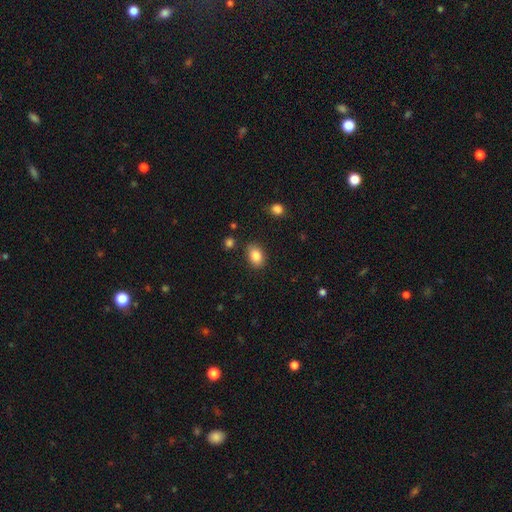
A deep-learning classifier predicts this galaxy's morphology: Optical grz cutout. It shows a smooth galaxy with no disk features (86%) that is in between round and cigar-shaped (83%). Merging: none (84%).